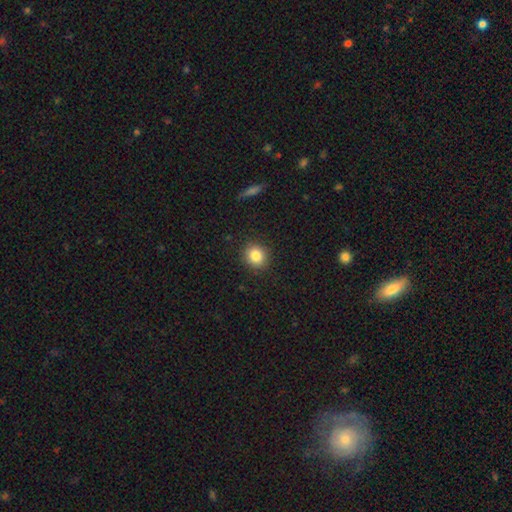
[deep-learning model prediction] Smooth or featured: smooth — 83% (star or artifact — 10%)
How rounded: round — 82% (in between — 17%)
Merging: none — 90% (minor disturbance — 7%)